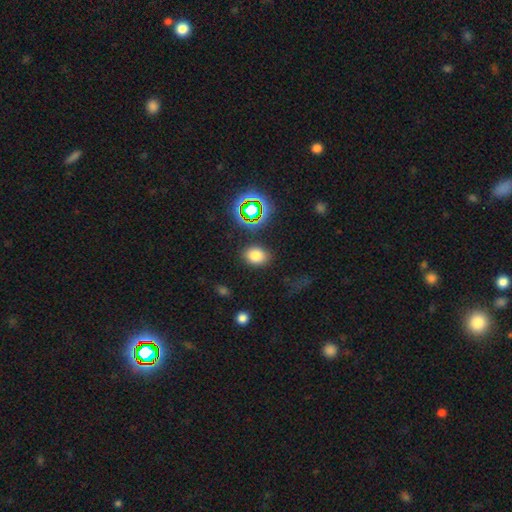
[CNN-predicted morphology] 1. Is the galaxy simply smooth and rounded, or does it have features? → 75% smooth, 17% star or artifact, 8% featured or disk.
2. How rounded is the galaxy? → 67% in between, 32% round, 1% cigar-shaped.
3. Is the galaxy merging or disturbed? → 83% none, 10% minor disturbance, 4% major disturbance, 2% merger.